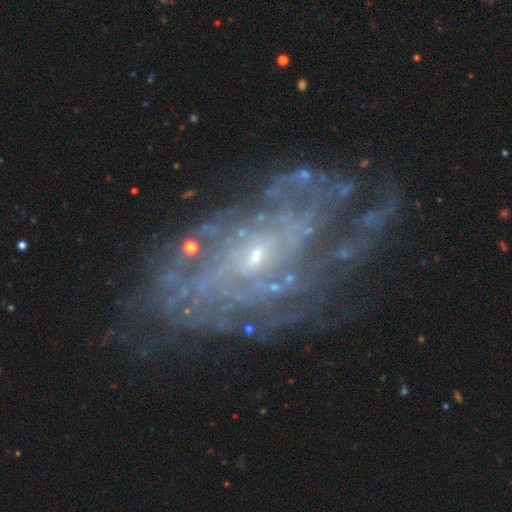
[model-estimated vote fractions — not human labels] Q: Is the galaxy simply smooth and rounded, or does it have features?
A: featured or disk — 85%.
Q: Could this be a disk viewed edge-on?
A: no — 94%.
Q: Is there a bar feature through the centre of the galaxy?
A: no — 62%.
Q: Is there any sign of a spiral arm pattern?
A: yes — 91%.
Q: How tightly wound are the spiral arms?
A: tight — 68%.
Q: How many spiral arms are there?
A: can't tell — 47%.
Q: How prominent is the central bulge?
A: small — 75%.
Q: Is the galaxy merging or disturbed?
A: none — 67%.